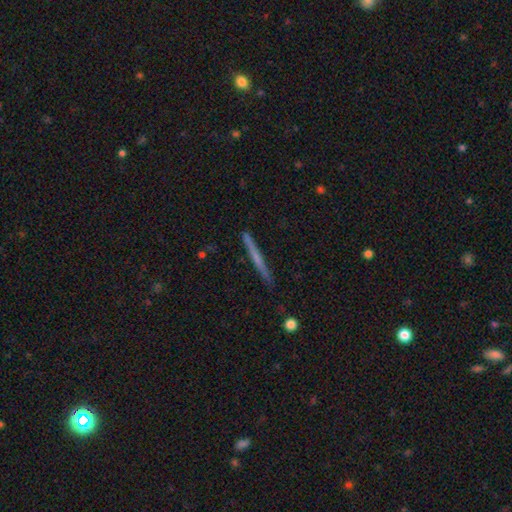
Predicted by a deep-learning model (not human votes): smooth_or_featured: featured or disk (p=0.53) [alt: smooth p=0.40]
disk_edge_on: yes (p=0.97) [alt: no p=0.03]
edge_on_bulge: none (p=0.75) [alt: rounded p=0.20]
merging: none (p=0.90) [alt: minor disturbance p=0.07]